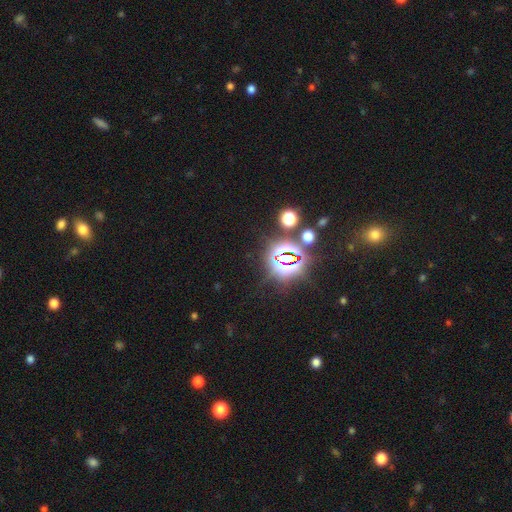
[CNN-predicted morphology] Smooth or featured: star or artifact — 82% (smooth — 11%)